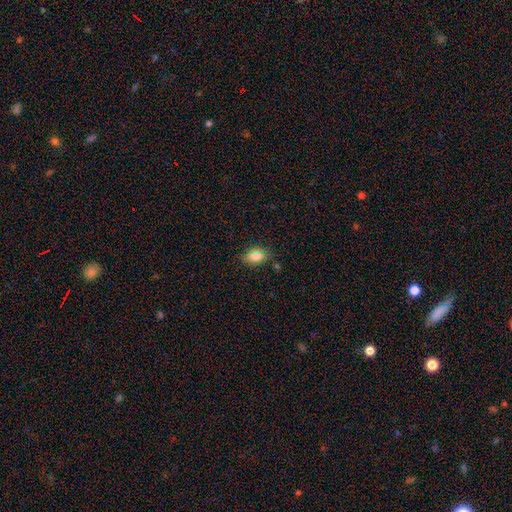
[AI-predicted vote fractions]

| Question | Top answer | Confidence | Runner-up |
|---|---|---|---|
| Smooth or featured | smooth | 82% | star or artifact (10%) |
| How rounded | in between | 85% | round (12%) |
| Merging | none | 80% | minor disturbance (15%) |